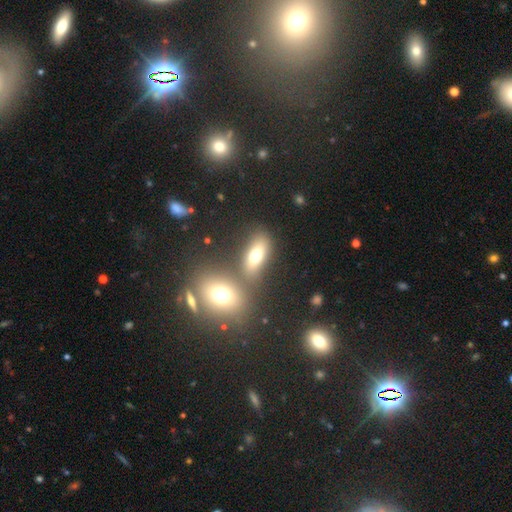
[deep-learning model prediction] Smooth or featured: smooth — 69% (featured or disk — 19%)
How rounded: in between — 76% (cigar-shaped — 12%)
Merging: none — 63% (merger — 21%)